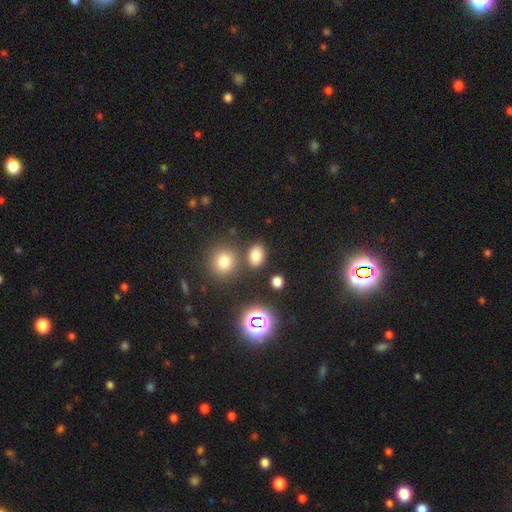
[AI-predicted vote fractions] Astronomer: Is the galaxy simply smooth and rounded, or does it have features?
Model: smooth — 74%.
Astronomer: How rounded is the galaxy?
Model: in between — 64%.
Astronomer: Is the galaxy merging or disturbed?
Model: none — 78%.